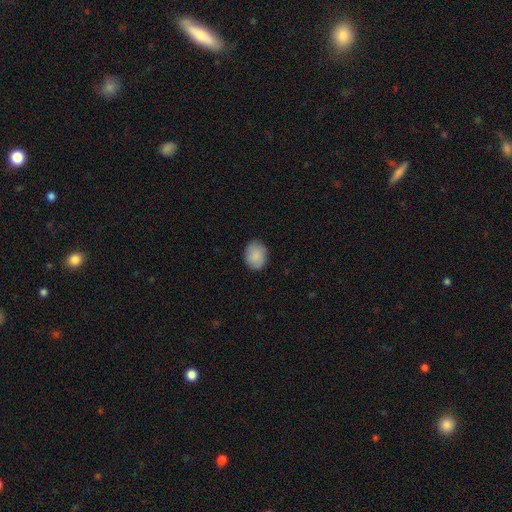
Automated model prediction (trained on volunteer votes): Smooth or featured: smooth — 86% (featured or disk — 7%)
How rounded: in between — 53% (round — 46%)
Merging: none — 84% (minor disturbance — 12%)